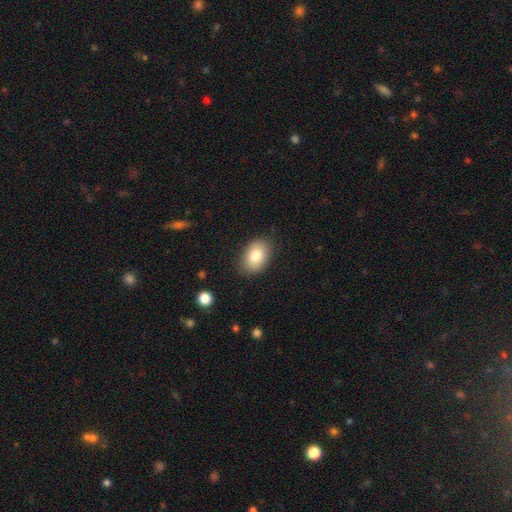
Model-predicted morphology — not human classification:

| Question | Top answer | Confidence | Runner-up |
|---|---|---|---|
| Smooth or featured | smooth | 82% | featured or disk (11%) |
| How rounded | in between | 83% | round (15%) |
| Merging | none | 86% | minor disturbance (11%) |